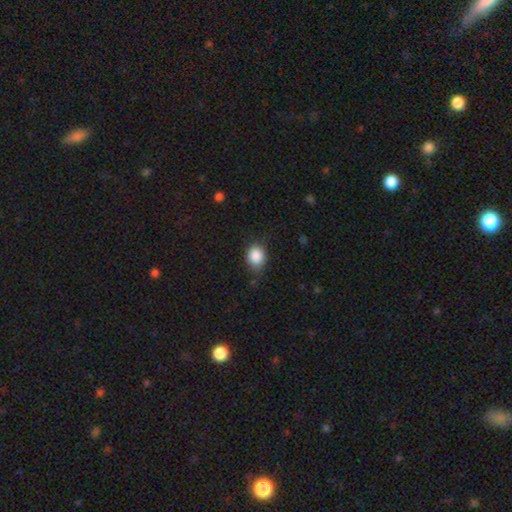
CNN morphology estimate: Smooth or featured?
  - smooth: 87% *
  - star or artifact: 9%
  - featured or disk: 4%
How rounded?
  - round: 57% *
  - in between: 42%
  - cigar-shaped: 1%
Merging?
  - none: 73% *
  - minor disturbance: 21%
  - major disturbance: 4%
  - merger: 1%